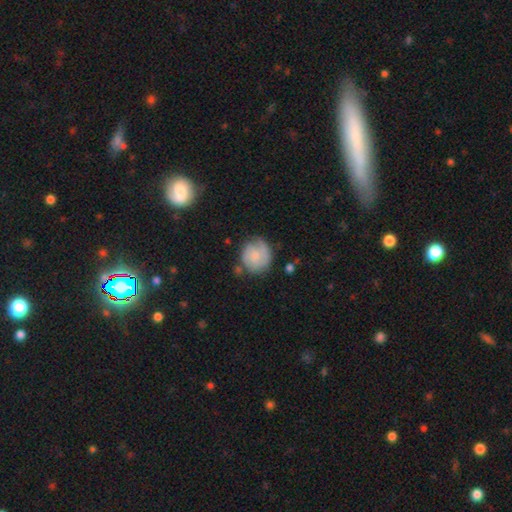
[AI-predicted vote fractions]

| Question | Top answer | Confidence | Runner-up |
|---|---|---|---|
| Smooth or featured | smooth | 55% | featured or disk (39%) |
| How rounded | round | 83% | in between (16%) |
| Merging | none | 61% | minor disturbance (25%) |